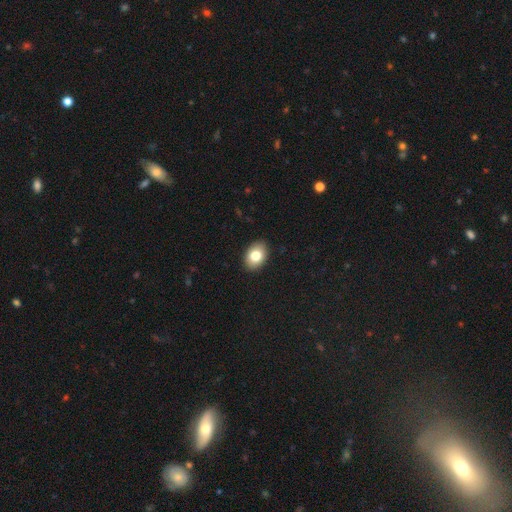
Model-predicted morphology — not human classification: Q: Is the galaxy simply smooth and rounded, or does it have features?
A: smooth — 80%.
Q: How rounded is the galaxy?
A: in between — 78%.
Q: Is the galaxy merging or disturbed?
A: none — 90%.